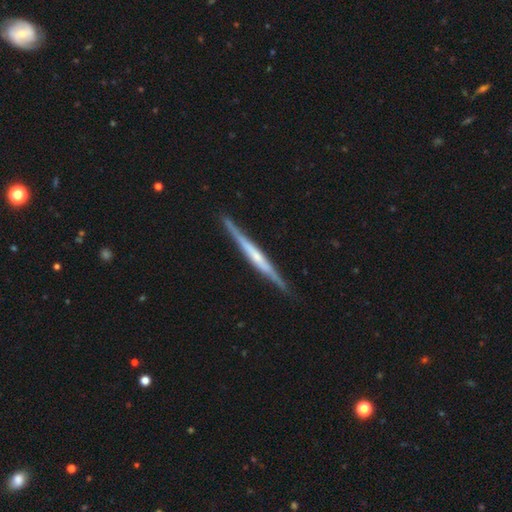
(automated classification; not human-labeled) Q: Smooth or featured?
A: featured or disk (71%); runner-up: smooth (23%)
Q: Edge-on disk?
A: yes (97%); runner-up: no (3%)
Q: Edge-on bulge?
A: none (50%); runner-up: rounded (32%)
Q: Merging?
A: none (87%); runner-up: minor disturbance (10%)